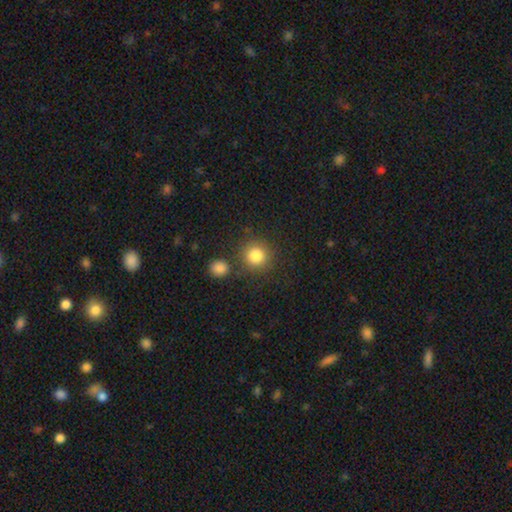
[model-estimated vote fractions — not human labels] A smooth galaxy with no disk features (84%) that is round (92%). Merging: none (81%).